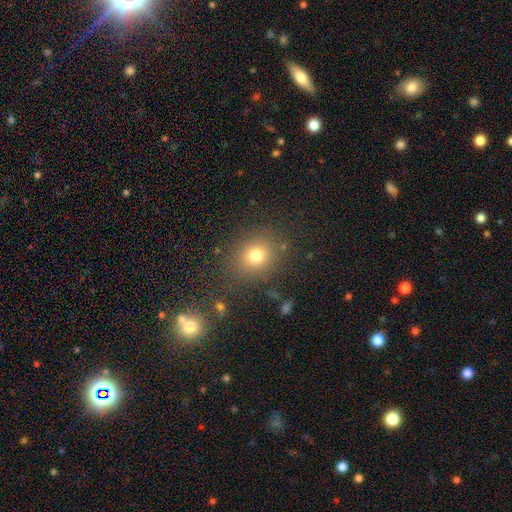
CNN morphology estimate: Overall: smooth (76%). How rounded: round (61%; in between 38%). Merging: none (82%).